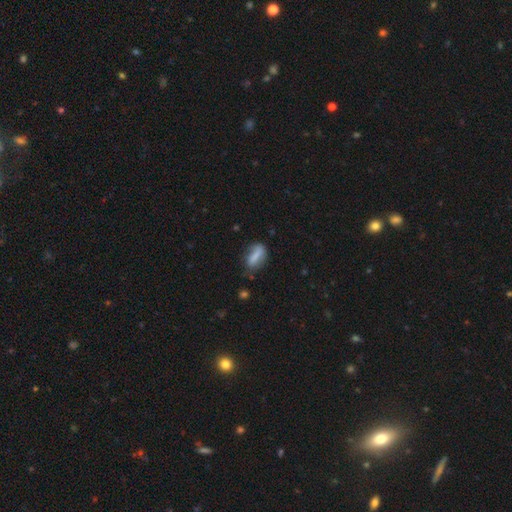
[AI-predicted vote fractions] Smooth or featured: smooth — 71% (featured or disk — 20%)
How rounded: in between — 65% (cigar-shaped — 29%)
Merging: none — 56% (minor disturbance — 28%)